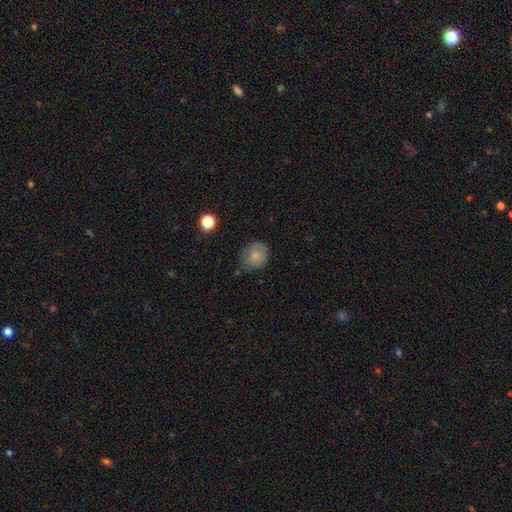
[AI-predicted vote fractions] smooth-or-featured: smooth: 79% | featured or disk: 12% | star or artifact: 9%
  how-rounded: round: 73% | in between: 26% | cigar-shaped: 1%
  merging: none: 63% | minor disturbance: 28% | major disturbance: 7% | merger: 2%